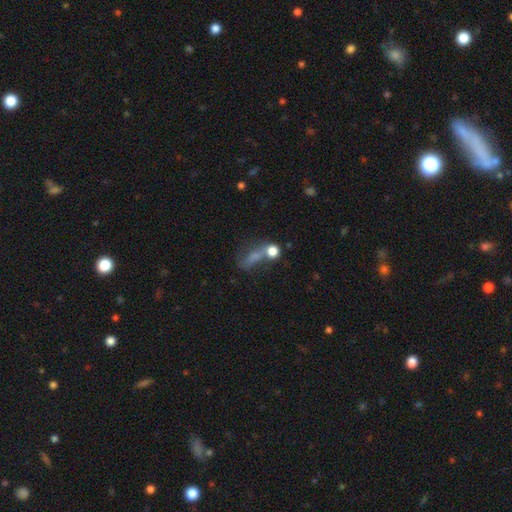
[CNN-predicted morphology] smooth_or_featured: smooth (p=0.56) [alt: star or artifact p=0.23]
how_rounded: in between (p=0.46) [alt: round p=0.29]
merging: none (p=0.35) [alt: merger p=0.26]